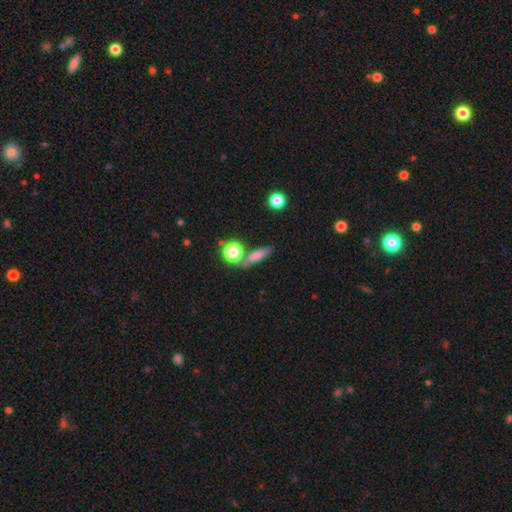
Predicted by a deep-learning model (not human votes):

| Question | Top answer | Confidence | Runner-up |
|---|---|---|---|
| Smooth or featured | smooth | 71% | featured or disk (17%) |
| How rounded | cigar-shaped | 53% | in between (31%) |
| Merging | none | 70% | merger (14%) |